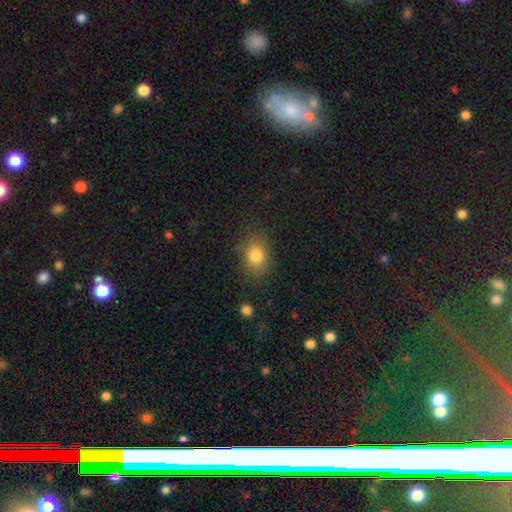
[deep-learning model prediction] Morphology: type=smooth (81%); roundness=in between (63%); merging=none (78%).